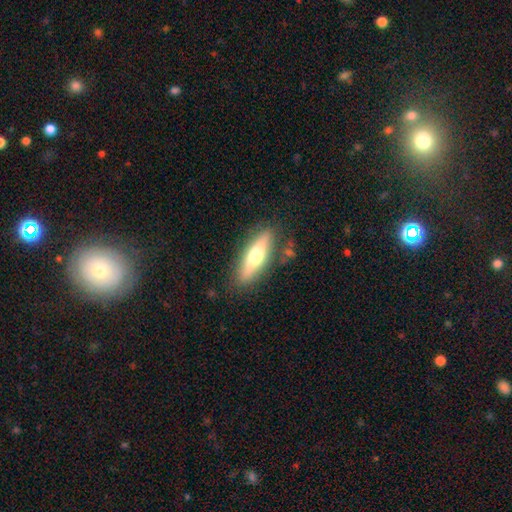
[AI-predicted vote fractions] Smooth or featured? smooth (50%)
Merging? none (83%)